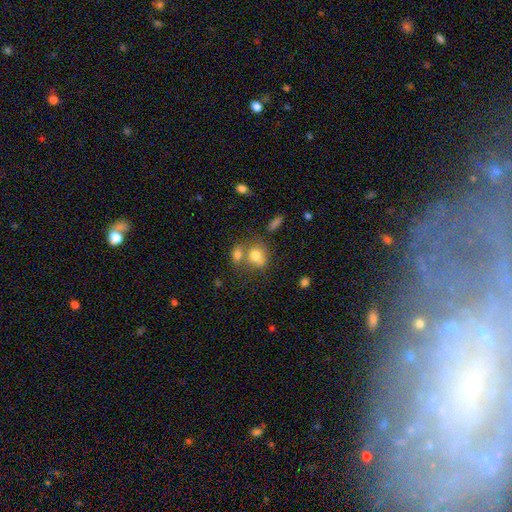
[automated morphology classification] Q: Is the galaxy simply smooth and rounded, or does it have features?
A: smooth — 75%.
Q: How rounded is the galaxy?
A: round — 58%.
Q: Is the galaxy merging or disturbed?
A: merger — 43%.